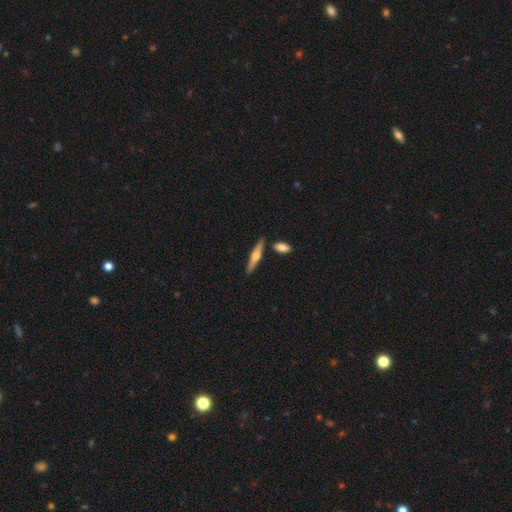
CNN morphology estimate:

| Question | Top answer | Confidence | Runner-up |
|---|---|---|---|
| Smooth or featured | featured or disk | 59% | smooth (36%) |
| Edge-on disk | yes | 96% | no (4%) |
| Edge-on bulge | rounded | 92% | boxy (5%) |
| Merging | none | 83% | minor disturbance (9%) |